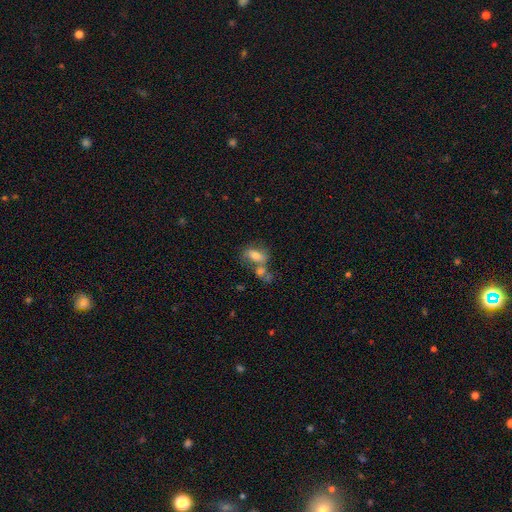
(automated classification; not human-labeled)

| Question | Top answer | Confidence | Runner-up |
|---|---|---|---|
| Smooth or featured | smooth | 65% | featured or disk (25%) |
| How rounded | in between | 82% | round (11%) |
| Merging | merger | 42% | none (34%) |